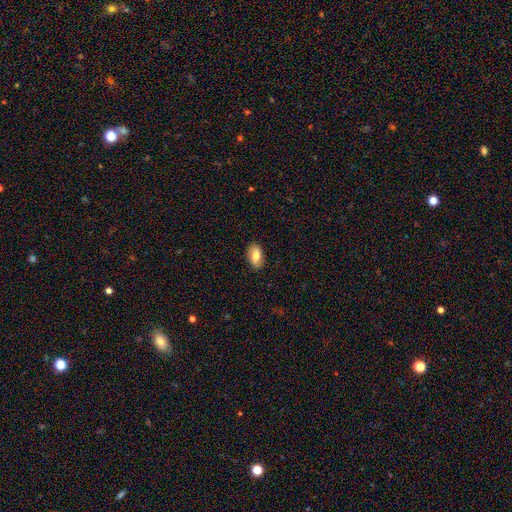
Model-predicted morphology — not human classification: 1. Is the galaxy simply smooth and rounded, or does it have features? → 76% smooth, 17% featured or disk, 7% star or artifact.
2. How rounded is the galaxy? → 92% in between, 5% round, 3% cigar-shaped.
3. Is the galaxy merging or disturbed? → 87% none, 10% minor disturbance, 2% major disturbance, 1% merger.